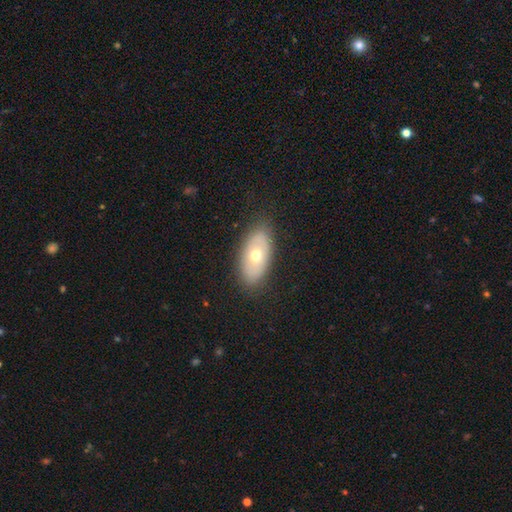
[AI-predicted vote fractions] This is possibly a smooth galaxy (55%). How rounded: clearly in between (90%). Merging: clearly none (84%).